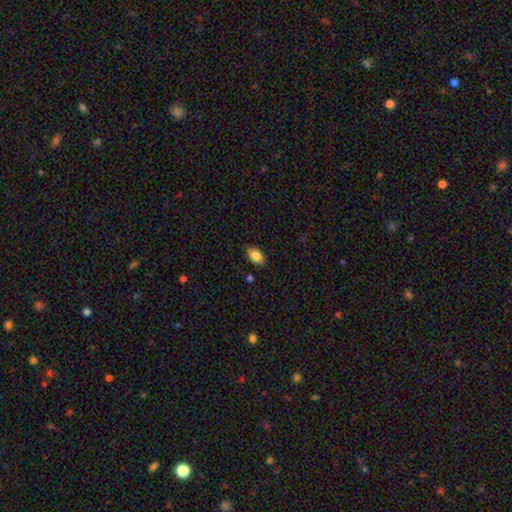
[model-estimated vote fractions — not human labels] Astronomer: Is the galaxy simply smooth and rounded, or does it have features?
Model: smooth — 86%.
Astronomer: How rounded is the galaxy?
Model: in between — 91%.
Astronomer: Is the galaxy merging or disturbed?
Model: none — 87%.